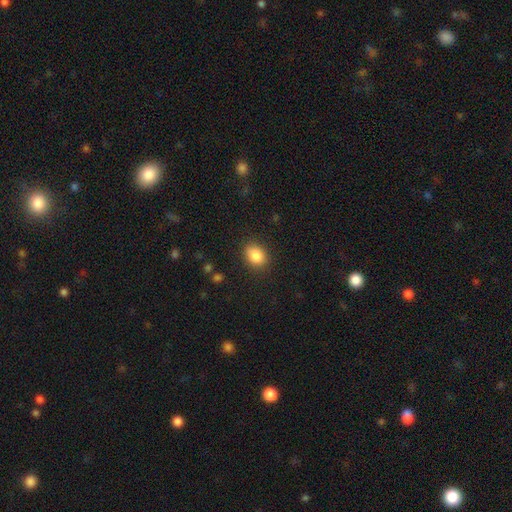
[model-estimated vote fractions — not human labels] A smooth galaxy with no disk features (85%) that is in between round and cigar-shaped (62%). Merging: none (86%).